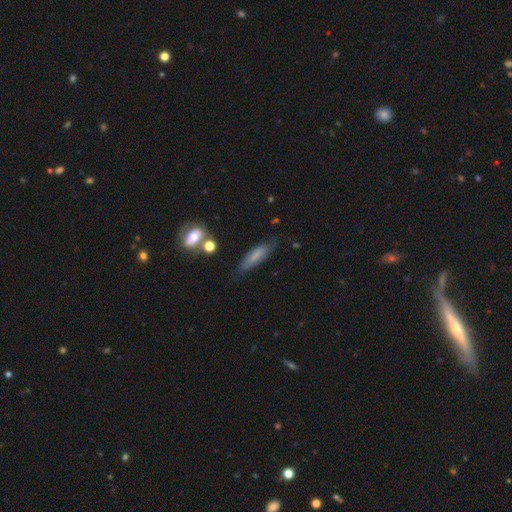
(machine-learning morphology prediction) A smooth galaxy with no disk features (68%) that is cigar-shaped (69%).

Vote fractions:
- Smooth or featured? smooth: 68% / featured or disk: 24% / star or artifact: 8%
- How rounded? cigar-shaped: 69% / in between: 28% / round: 2%
- Merging? none: 71% / minor disturbance: 20% / major disturbance: 5% / merger: 4%